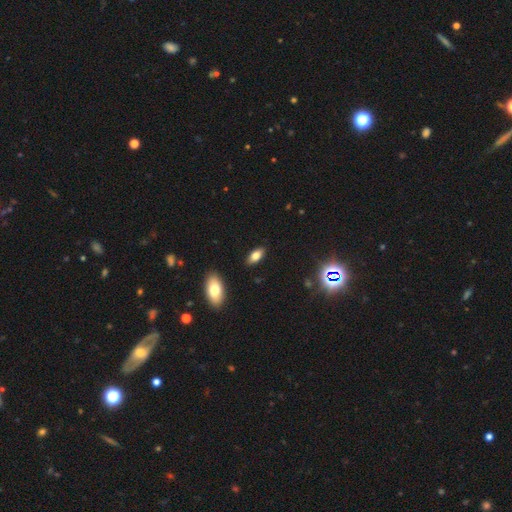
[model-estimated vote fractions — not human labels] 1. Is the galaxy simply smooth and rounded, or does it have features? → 75% smooth, 14% featured or disk, 11% star or artifact.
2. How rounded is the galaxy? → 87% in between, 9% cigar-shaped, 4% round.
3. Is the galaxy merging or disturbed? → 88% none, 9% minor disturbance, 2% major disturbance, 1% merger.